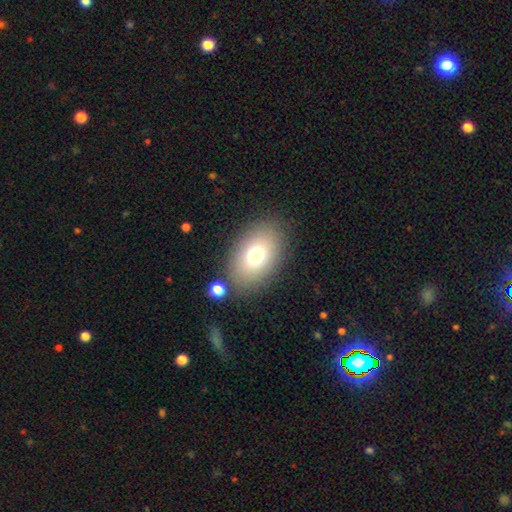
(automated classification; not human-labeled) A smooth galaxy with no disk features (73%) that is in between round and cigar-shaped (83%).

Vote fractions:
- Smooth or featured? smooth: 73% / featured or disk: 15% / star or artifact: 12%
- How rounded? in between: 83% / round: 16% / cigar-shaped: 1%
- Merging? none: 82% / minor disturbance: 10% / merger: 4% / major disturbance: 4%